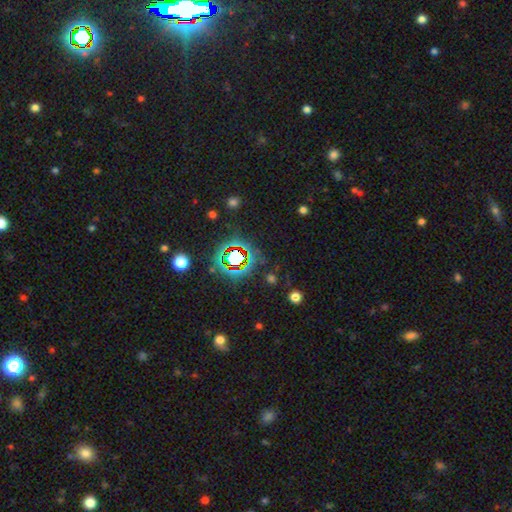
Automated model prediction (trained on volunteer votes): Q: Smooth or featured?
A: star or artifact (69%); runner-up: smooth (16%)